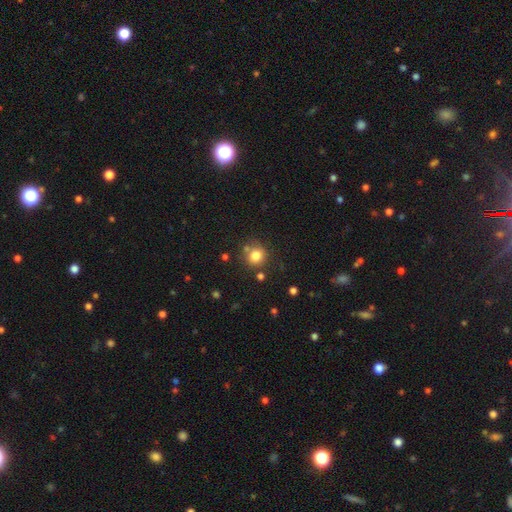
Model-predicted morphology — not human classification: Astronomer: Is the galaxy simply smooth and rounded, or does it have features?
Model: smooth — 80%.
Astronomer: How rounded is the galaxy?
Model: round — 86%.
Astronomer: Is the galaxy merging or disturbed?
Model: none — 73%.